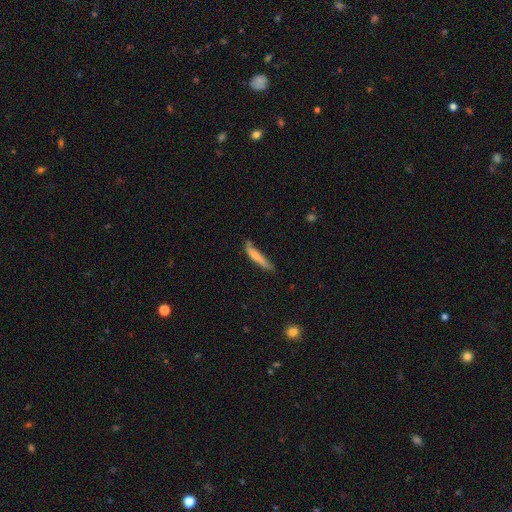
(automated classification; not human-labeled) Smooth or featured? Predicted: smooth (p=0.68). How rounded? Predicted: cigar-shaped (p=0.89). Merging? Predicted: none (p=0.54).